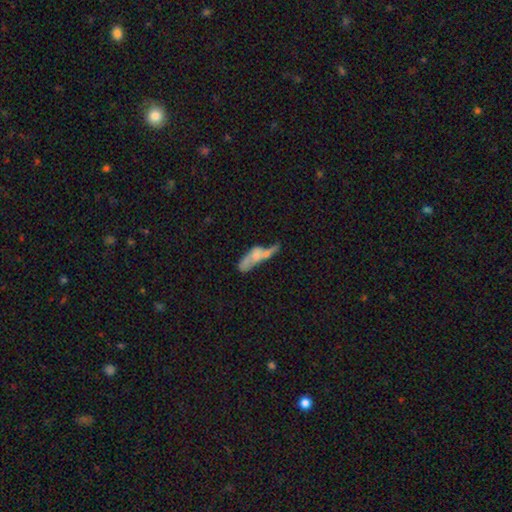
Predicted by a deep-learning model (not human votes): smooth 48%, featured or disk 42%, star or artifact 10%. Down the decision tree: merging — merger (43%).